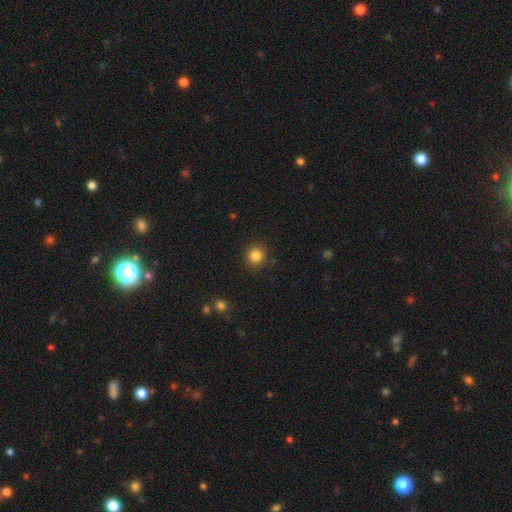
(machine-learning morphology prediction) Overall: smooth (84%). How rounded: round (91%). Merging: none (89%).